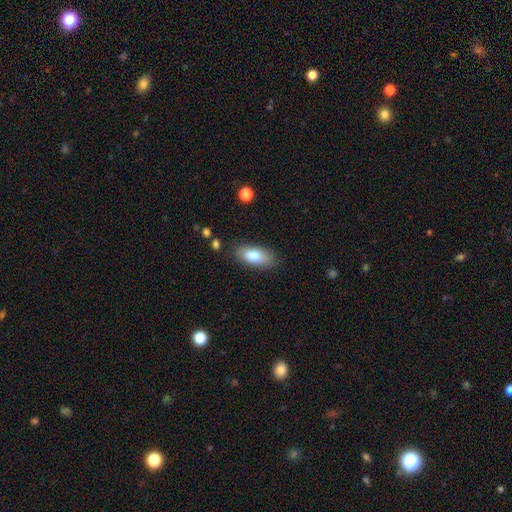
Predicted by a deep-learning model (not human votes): Smooth or featured?
  - smooth: 81% *
  - featured or disk: 12%
  - star or artifact: 6%
How rounded?
  - in between: 86% *
  - cigar-shaped: 12%
  - round: 3%
Merging?
  - none: 83% *
  - minor disturbance: 12%
  - major disturbance: 3%
  - merger: 2%